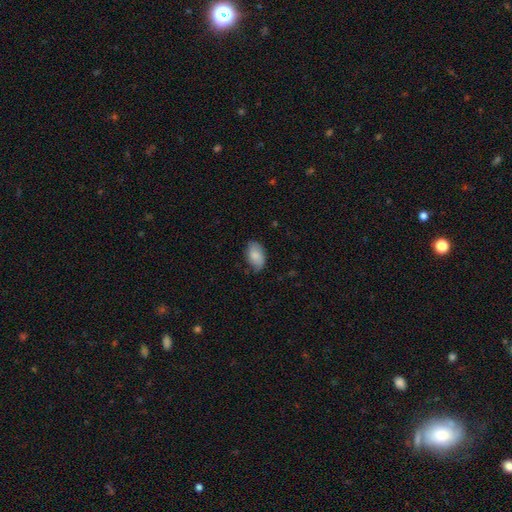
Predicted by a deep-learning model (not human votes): A smooth galaxy with no disk features (80%) that is in between round and cigar-shaped (92%).

Vote fractions:
- Smooth or featured? smooth: 80% / featured or disk: 13% / star or artifact: 6%
- How rounded? in between: 92% / round: 7% / cigar-shaped: 1%
- Merging? none: 69% / minor disturbance: 25% / major disturbance: 5% / merger: 1%